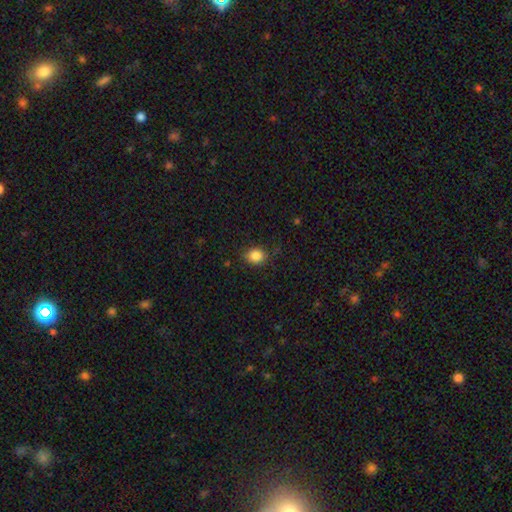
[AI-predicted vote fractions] smooth_or_featured: smooth (p=0.86) [alt: star or artifact p=0.10]
how_rounded: round (p=0.65) [alt: in between p=0.34]
merging: none (p=0.85) [alt: minor disturbance p=0.11]